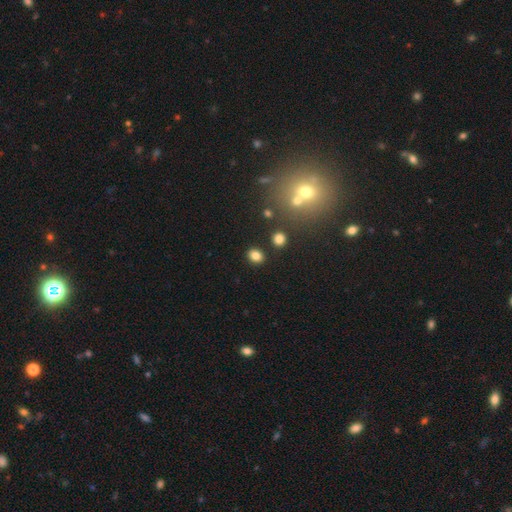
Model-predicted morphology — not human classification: This is clearly a smooth galaxy (81%). How rounded: possibly round (49%, tied with in between). Merging: clearly none (86%).